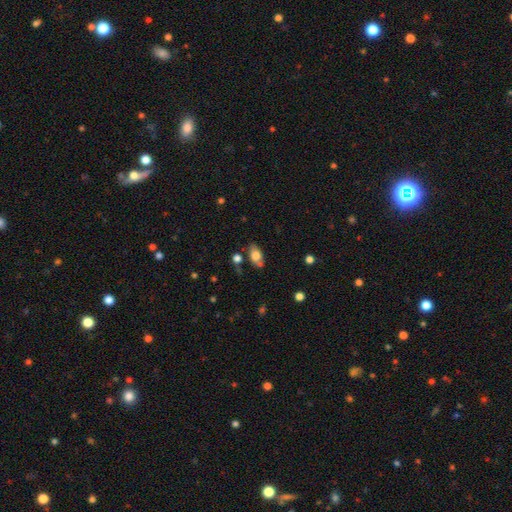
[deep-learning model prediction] A smooth galaxy with no disk features (74%) that is in between round and cigar-shaped (89%).

Vote fractions:
- Smooth or featured? smooth: 74% / featured or disk: 17% / star or artifact: 8%
- How rounded? in between: 89% / round: 7% / cigar-shaped: 3%
- Merging? none: 69% / minor disturbance: 17% / merger: 10% / major disturbance: 4%